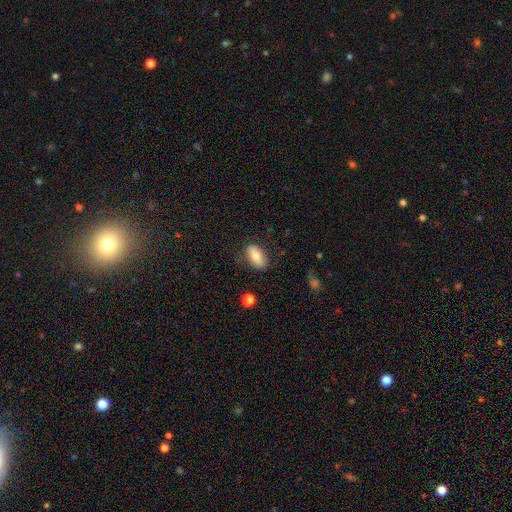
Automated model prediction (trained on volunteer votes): A smooth galaxy with no disk features (72%) that is in between round and cigar-shaped (91%). Merging: none (79%).